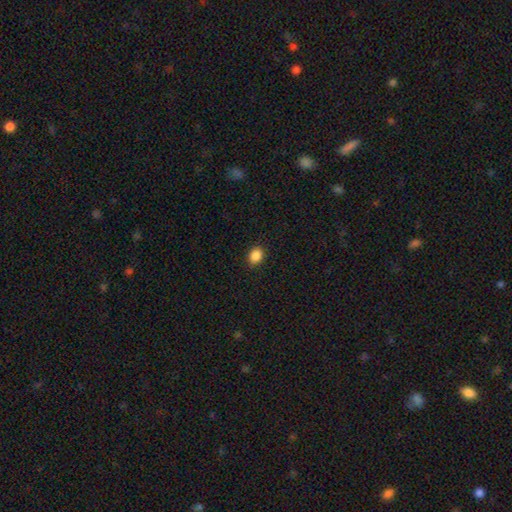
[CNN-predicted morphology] The model was most divided on "how rounded": round: 52%, in between: 47%, cigar-shaped: 1%. More confident: merging — none (90%); smooth or featured — smooth (88%).